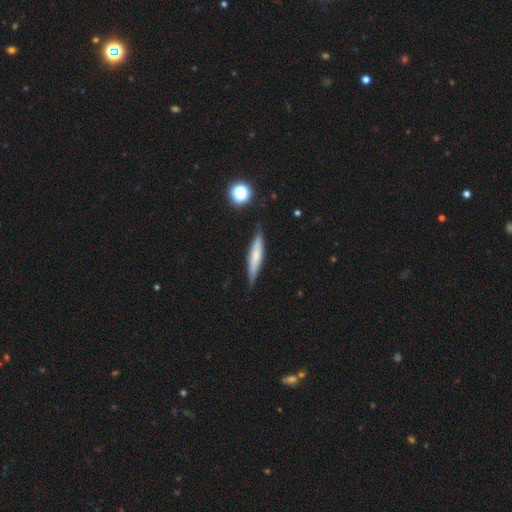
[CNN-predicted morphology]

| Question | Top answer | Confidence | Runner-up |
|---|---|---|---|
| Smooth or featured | smooth | 62% | featured or disk (30%) |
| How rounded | cigar-shaped | 87% | in between (12%) |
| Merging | none | 84% | minor disturbance (13%) |